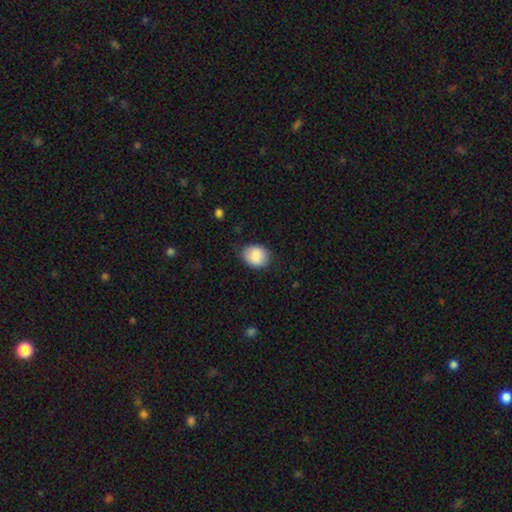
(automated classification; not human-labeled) Smooth or featured: smooth — 86% (star or artifact — 7%)
How rounded: round — 51% (in between — 48%)
Merging: none — 79% (minor disturbance — 16%)